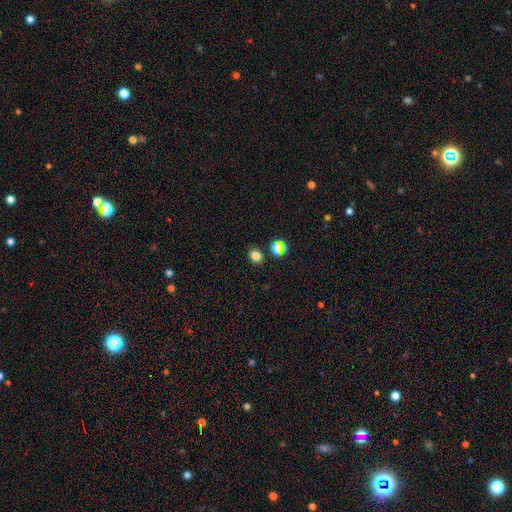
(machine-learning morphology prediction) Smooth or featured?
  - smooth: 78% *
  - star or artifact: 17%
  - featured or disk: 5%
How rounded?
  - in between: 57% *
  - round: 42%
  - cigar-shaped: 1%
Merging?
  - none: 82% *
  - minor disturbance: 9%
  - merger: 6%
  - major disturbance: 3%